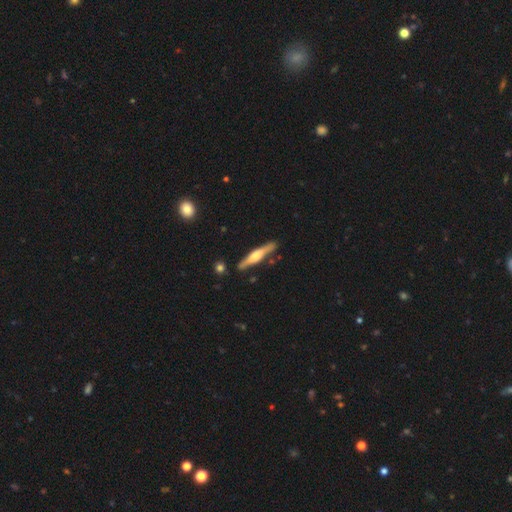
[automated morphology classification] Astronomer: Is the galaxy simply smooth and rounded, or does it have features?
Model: featured or disk — 64%.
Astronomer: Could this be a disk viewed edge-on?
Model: yes — 96%.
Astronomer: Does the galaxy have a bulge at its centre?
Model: rounded — 81%.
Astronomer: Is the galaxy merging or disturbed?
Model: none — 86%.